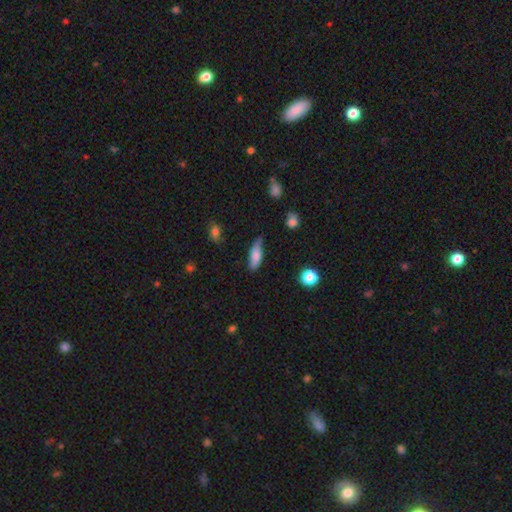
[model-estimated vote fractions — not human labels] This is likely a smooth galaxy (73%). How rounded: likely in between (62%). Merging: possibly none (57%).